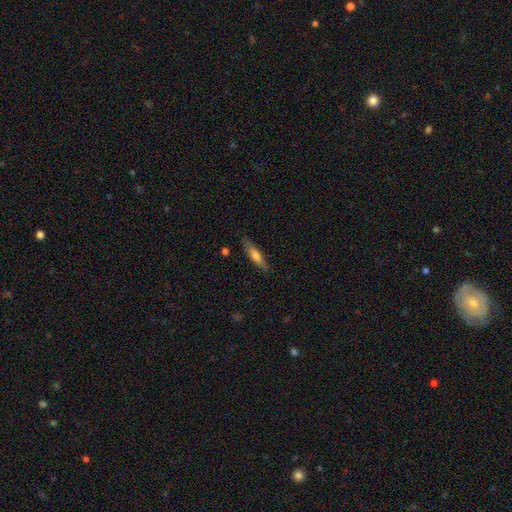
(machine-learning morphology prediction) Q: Smooth or featured?
A: smooth (64%); runner-up: featured or disk (29%)
Q: How rounded?
A: cigar-shaped (75%); runner-up: in between (23%)
Q: Merging?
A: none (83%); runner-up: minor disturbance (13%)